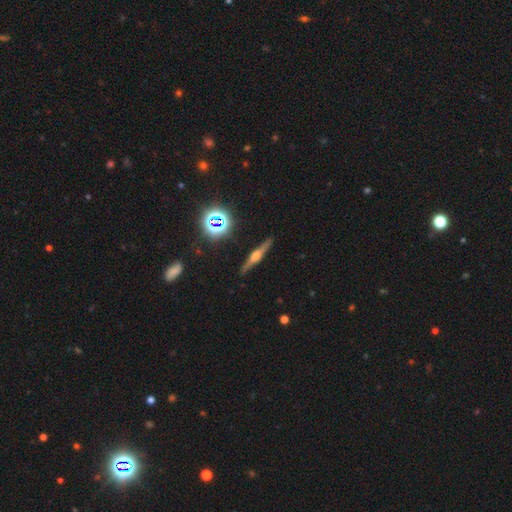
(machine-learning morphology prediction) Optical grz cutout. It shows a featured or disk galaxy (70%) viewed edge-on (97%) with a rounded central bulge (86%). Merging: none (90%).